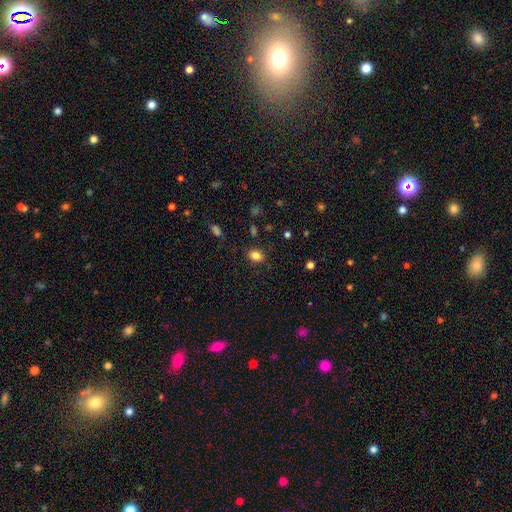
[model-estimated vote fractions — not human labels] The model was most divided on "how rounded": in between: 64%, round: 34%, cigar-shaped: 1%. More confident: merging — none (84%); smooth or featured — smooth (83%).